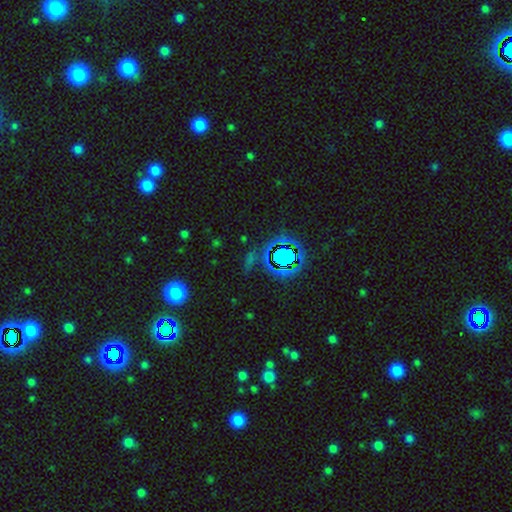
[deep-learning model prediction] Morphology: type=star or artifact (76%).